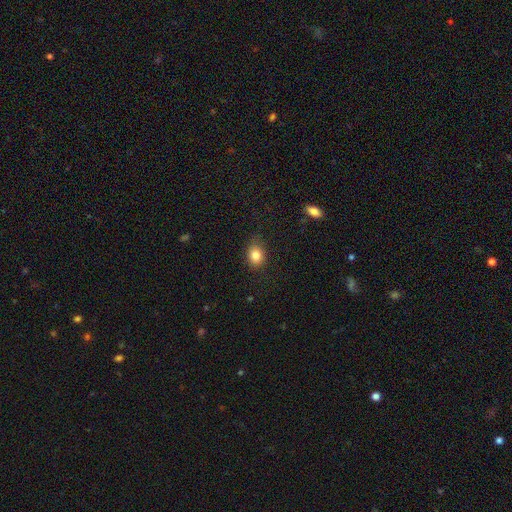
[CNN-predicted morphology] The model was most divided on "how rounded": in between: 51%, round: 48%, cigar-shaped: 1%. More confident: smooth or featured — smooth (83%); merging — none (79%).